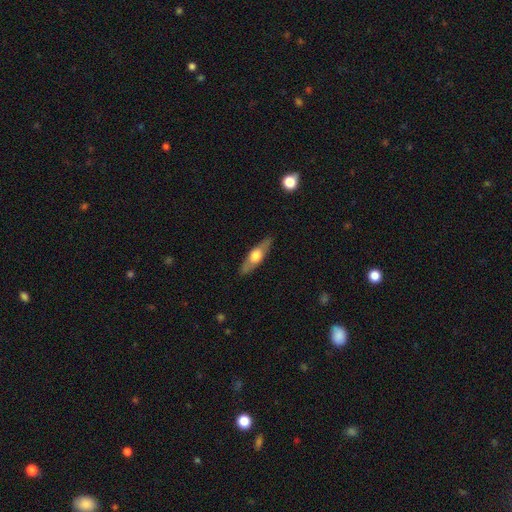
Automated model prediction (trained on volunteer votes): The model was most divided on "smooth or featured": featured or disk: 52%, smooth: 43%, star or artifact: 5%. More confident: merging — none (85%); edge-on disk — yes (81%).